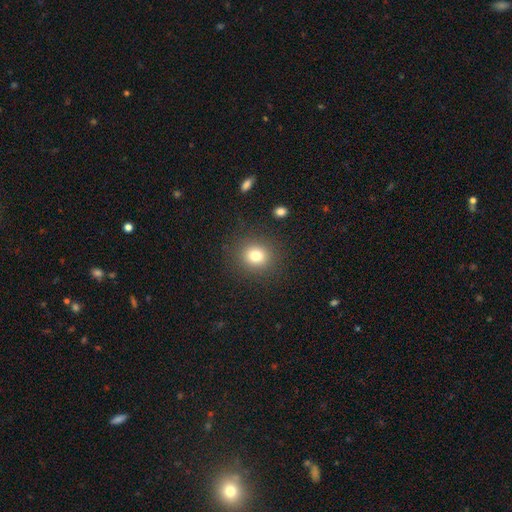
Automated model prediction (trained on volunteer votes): Smooth or featured? smooth (78%)
How rounded? round (83%)
Merging? none (88%)